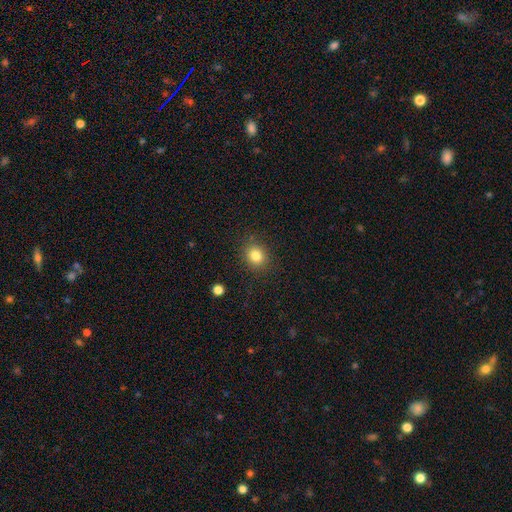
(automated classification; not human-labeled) A smooth galaxy with no disk features (82%) that is round (69%).

Vote fractions:
- Smooth or featured? smooth: 82% / star or artifact: 11% / featured or disk: 6%
- How rounded? round: 69% / in between: 30% / cigar-shaped: 1%
- Merging? none: 87% / minor disturbance: 9% / major disturbance: 3% / merger: 2%